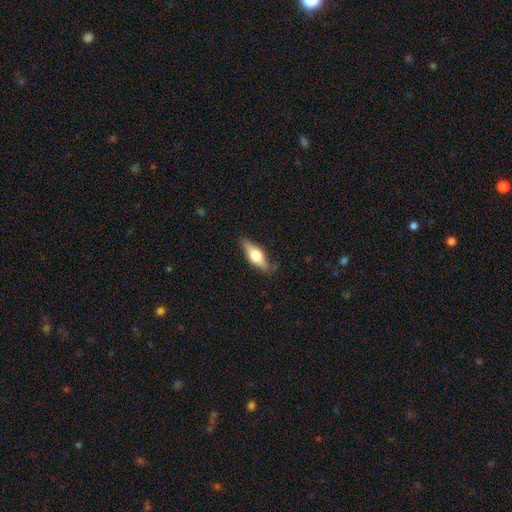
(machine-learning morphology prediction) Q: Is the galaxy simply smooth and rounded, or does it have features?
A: smooth — 56%.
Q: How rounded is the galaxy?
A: in between — 60%.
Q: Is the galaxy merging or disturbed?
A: none — 79%.